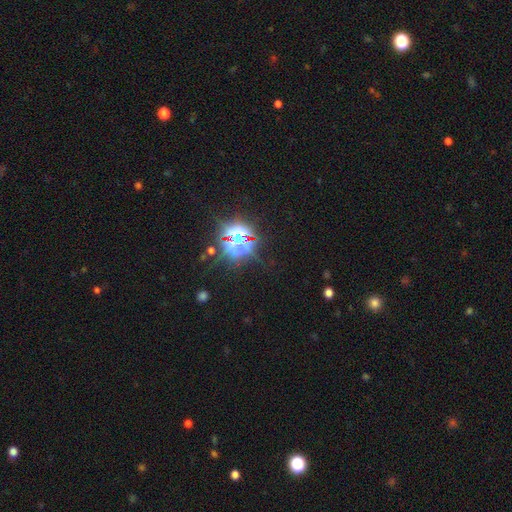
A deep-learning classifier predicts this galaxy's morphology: This appears to be a star or artifact, not a galaxy (81%).